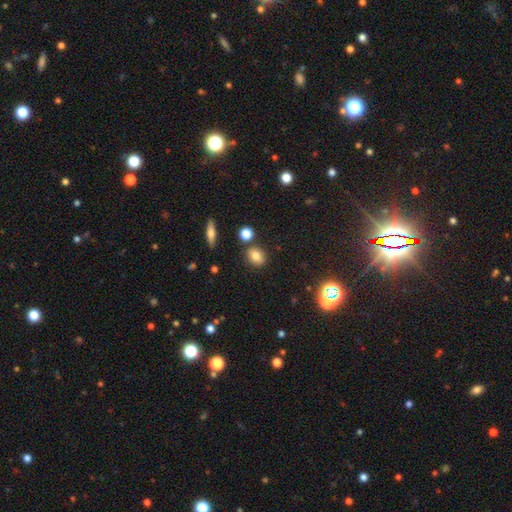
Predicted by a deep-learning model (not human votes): Smooth or featured? smooth (81%)
How rounded? in between (52%)
Merging? none (81%)